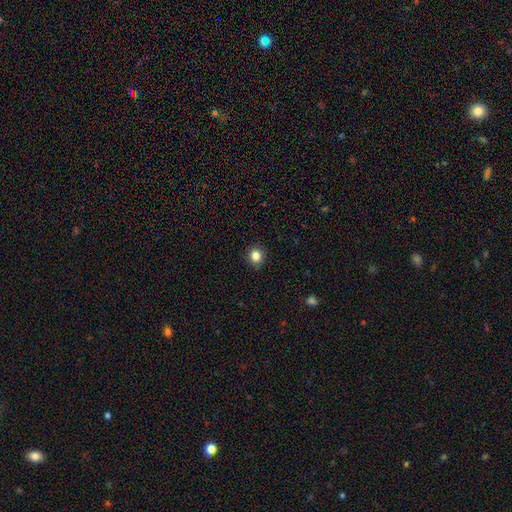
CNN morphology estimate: Smooth or featured? Predicted: smooth (p=0.84). How rounded? Predicted: round (p=0.83). Merging? Predicted: none (p=0.90).